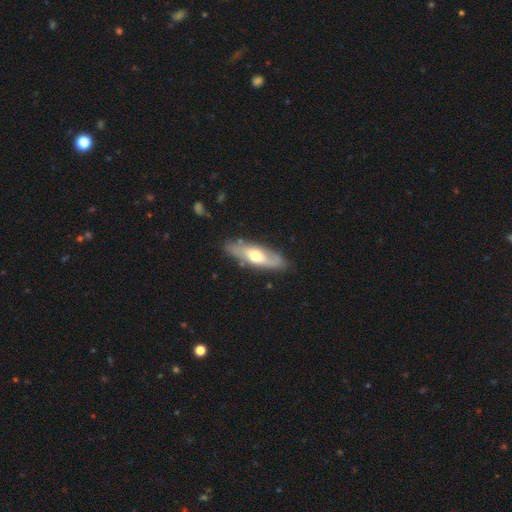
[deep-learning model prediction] Smooth or featured? Predicted: featured or disk (p=0.52). Edge-on disk? Predicted: no (p=0.64). Merging? Predicted: none (p=0.80).